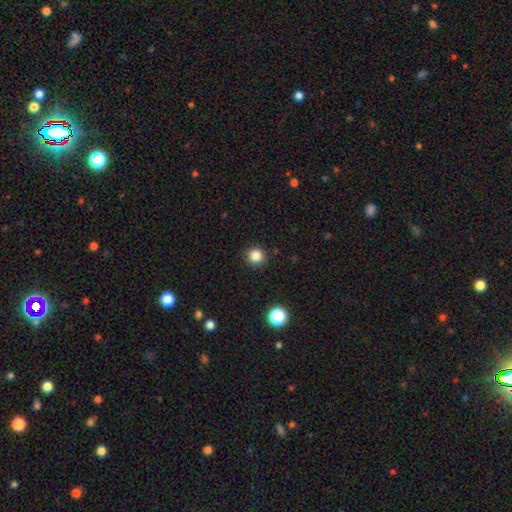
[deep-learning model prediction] Smooth or featured? Predicted: smooth (p=0.83). How rounded? Predicted: round (p=0.94). Merging? Predicted: none (p=0.92).